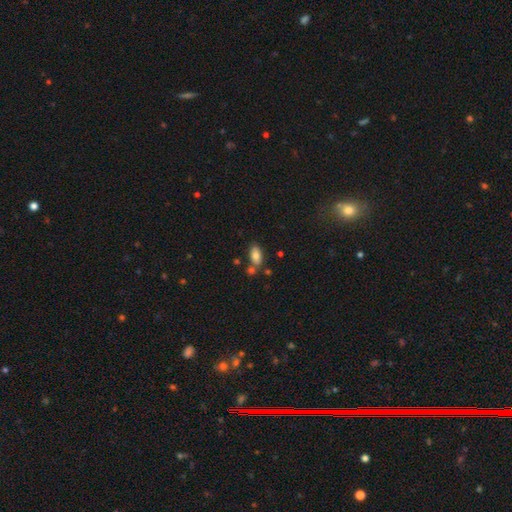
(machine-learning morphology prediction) smooth_or_featured: smooth (p=0.78) [alt: featured or disk p=0.14]
how_rounded: in between (p=0.91) [alt: cigar-shaped p=0.05]
merging: none (p=0.61) [alt: merger p=0.20]